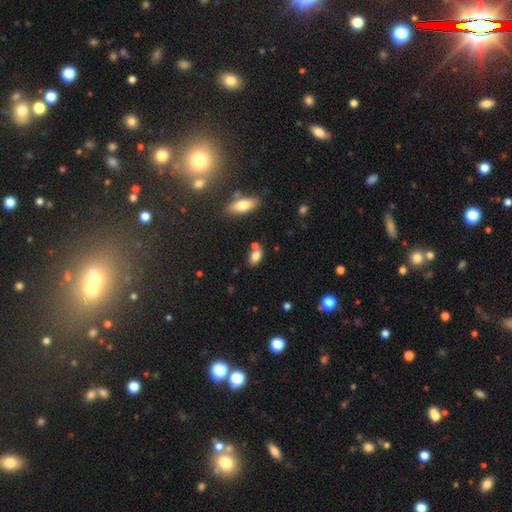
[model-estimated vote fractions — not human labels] smooth 80%, featured or disk 10%, star or artifact 10%. Down the decision tree: how rounded — in between (87%); merging — none (58%).